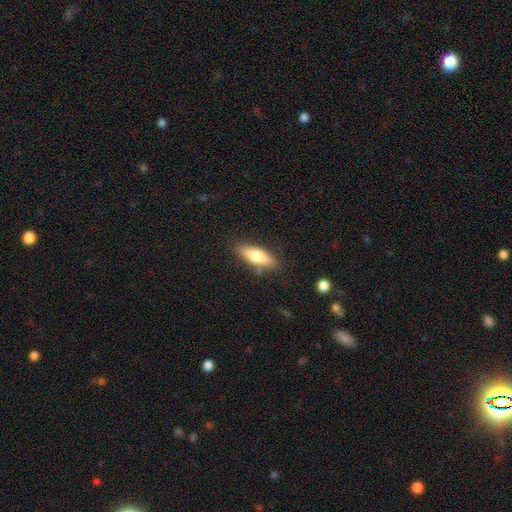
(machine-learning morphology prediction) A smooth galaxy with no disk features (68%) that is in between round and cigar-shaped (56%). Merging: none (81%).